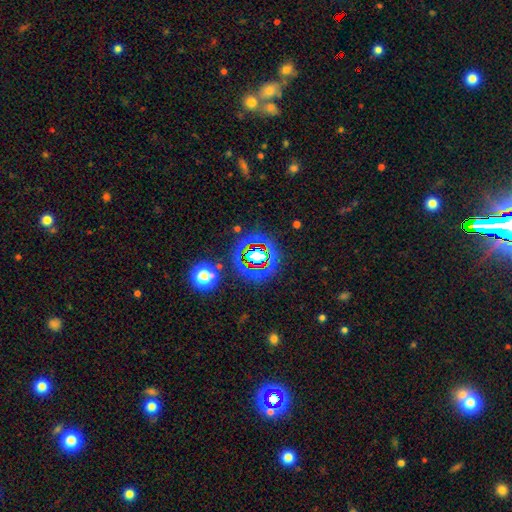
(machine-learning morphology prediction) Smooth or featured?
  - star or artifact: 66% *
  - smooth: 21%
  - featured or disk: 12%